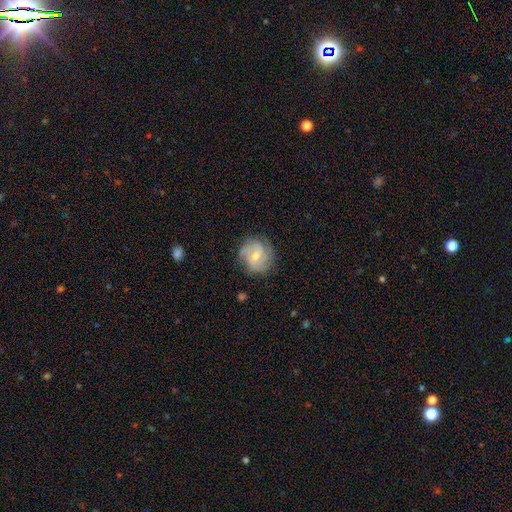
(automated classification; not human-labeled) featured or disk 71%, smooth 22%, star or artifact 7%. Down the decision tree: edge-on disk — no (98%); bar — no (53%); spiral arms — yes (93%); spiral arm count — 3 (34%); spiral winding — medium (43%); bulge size — small (52%); merging — none (77%).